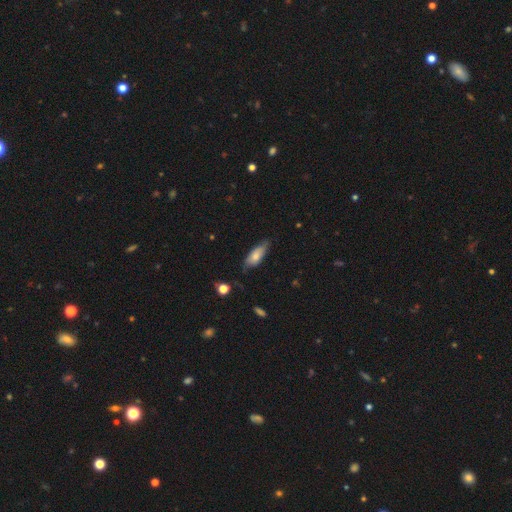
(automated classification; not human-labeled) smooth-or-featured: smooth: 68% | featured or disk: 25% | star or artifact: 7%
  how-rounded: in between: 67% | cigar-shaped: 31% | round: 2%
  merging: none: 64% | minor disturbance: 28% | major disturbance: 6% | merger: 2%